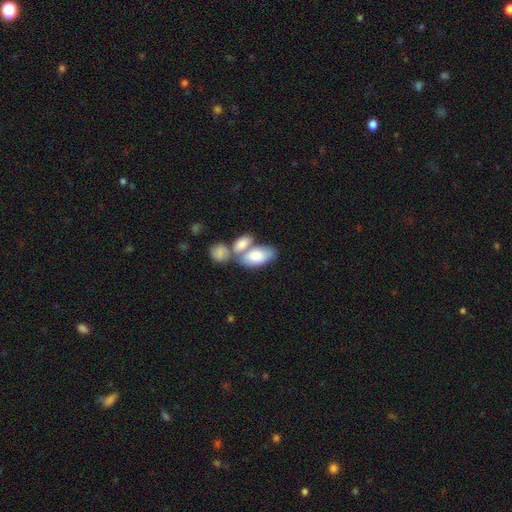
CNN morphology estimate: Smooth or featured: smooth — 76% (featured or disk — 19%)
How rounded: in between — 93% (round — 4%)
Merging: merger — 56% (none — 27%)